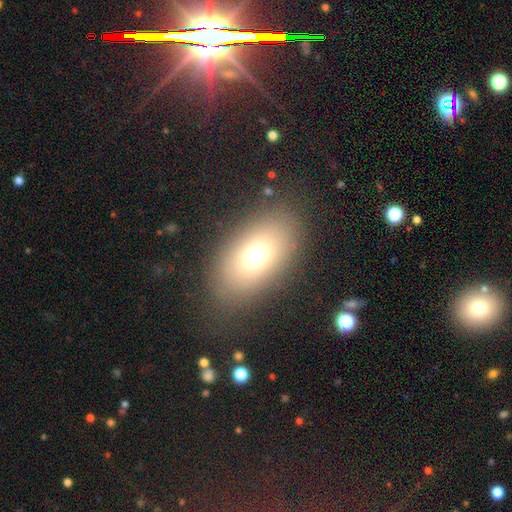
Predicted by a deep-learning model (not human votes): smooth_or_featured: smooth (p=0.71) [alt: featured or disk p=0.16]
how_rounded: in between (p=0.86) [alt: round p=0.12]
merging: none (p=0.81) [alt: minor disturbance p=0.11]